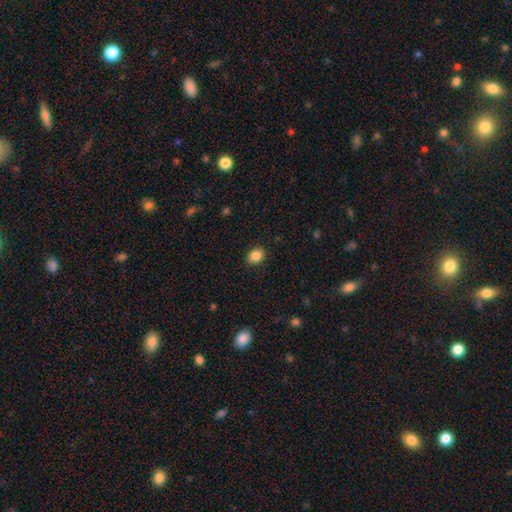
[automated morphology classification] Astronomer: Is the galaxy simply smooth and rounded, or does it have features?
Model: smooth — 87%.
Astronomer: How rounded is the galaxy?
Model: in between — 52% (runner-up: round, 47%).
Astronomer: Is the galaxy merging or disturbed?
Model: none — 89%.